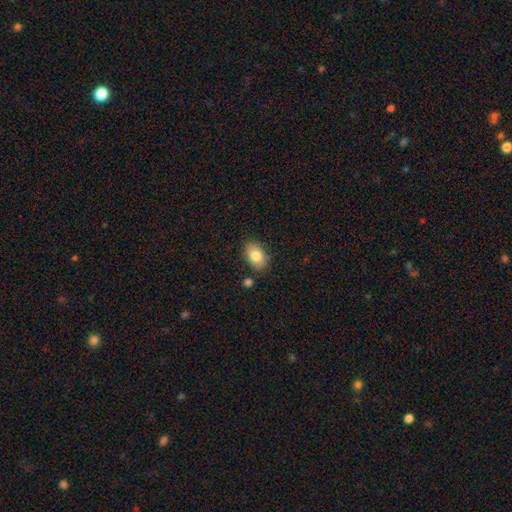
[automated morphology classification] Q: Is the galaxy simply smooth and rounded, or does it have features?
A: smooth — 82%.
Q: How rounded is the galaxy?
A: in between — 85%.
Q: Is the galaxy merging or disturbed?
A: none — 80%.